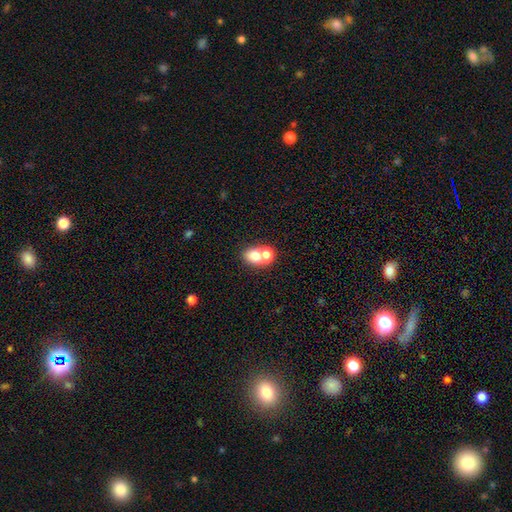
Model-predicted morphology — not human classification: A smooth galaxy with no disk features (71%) that is round (54%). Merging: merger (61%).